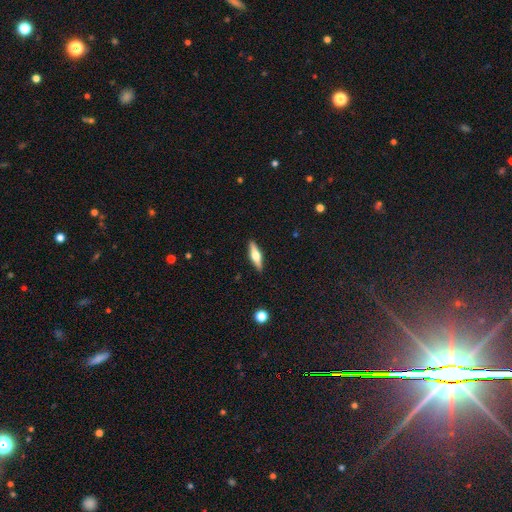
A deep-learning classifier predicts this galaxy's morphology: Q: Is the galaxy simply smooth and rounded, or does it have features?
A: featured or disk — 55%.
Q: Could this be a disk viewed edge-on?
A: yes — 95%.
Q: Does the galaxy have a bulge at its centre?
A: rounded — 93%.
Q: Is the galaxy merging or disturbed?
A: none — 90%.